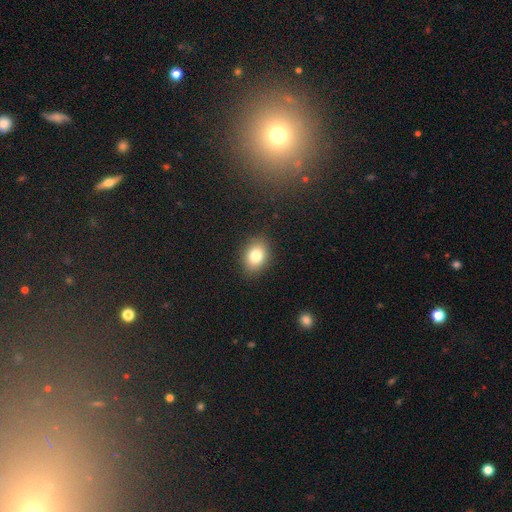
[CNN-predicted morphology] Smooth or featured?
  - smooth: 80% *
  - star or artifact: 10%
  - featured or disk: 9%
How rounded?
  - in between: 64% *
  - round: 35%
  - cigar-shaped: 1%
Merging?
  - none: 87% *
  - minor disturbance: 10%
  - major disturbance: 3%
  - merger: 1%